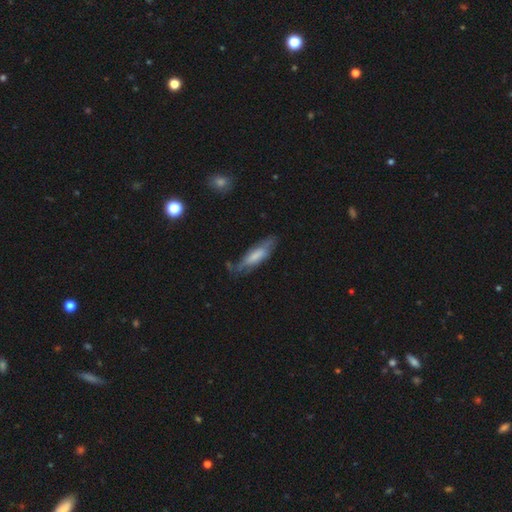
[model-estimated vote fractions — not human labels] A smooth galaxy with no disk features (55%) that is cigar-shaped (58%). Merging: none (60%).